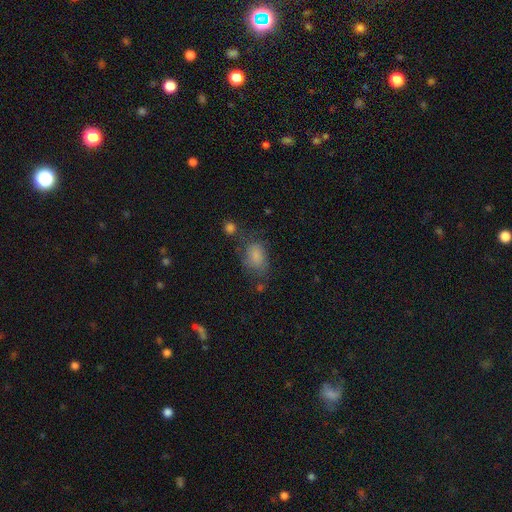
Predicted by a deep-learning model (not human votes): Smooth or featured? Predicted: smooth (p=0.75). How rounded? Predicted: in between (p=0.81). Merging? Predicted: none (p=0.49).